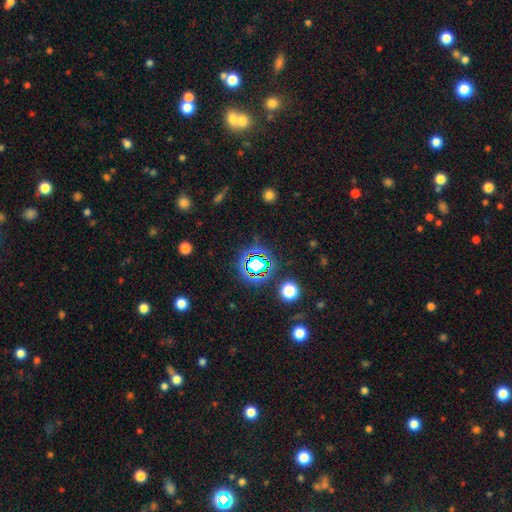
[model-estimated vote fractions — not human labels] A star or artifact, not a galaxy (76%).

Vote fractions:
- Smooth or featured? star or artifact: 76% / smooth: 16% / featured or disk: 8%